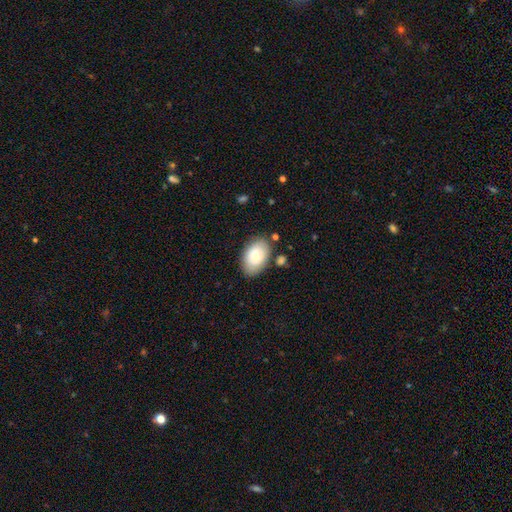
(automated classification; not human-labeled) smooth 75%, featured or disk 18%, star or artifact 7%. Down the decision tree: how rounded — in between (90%); merging — none (80%).